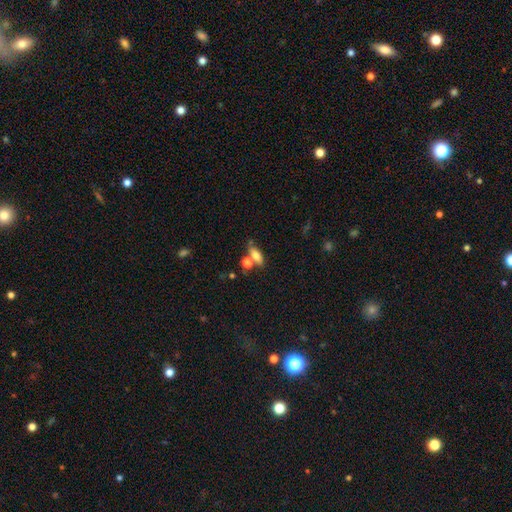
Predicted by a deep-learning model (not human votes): Smooth or featured? smooth (71%)
How rounded? in between (69%)
Merging? none (53%)